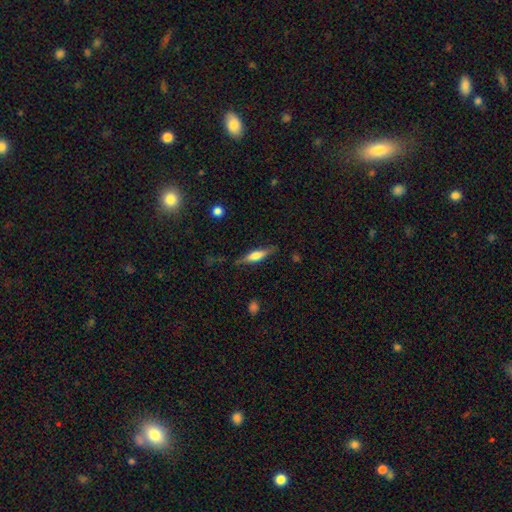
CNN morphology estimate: smooth-or-featured: smooth: 48% | featured or disk: 46% | star or artifact: 7%
  merging: none: 79% | minor disturbance: 15% | major disturbance: 4% | merger: 2%